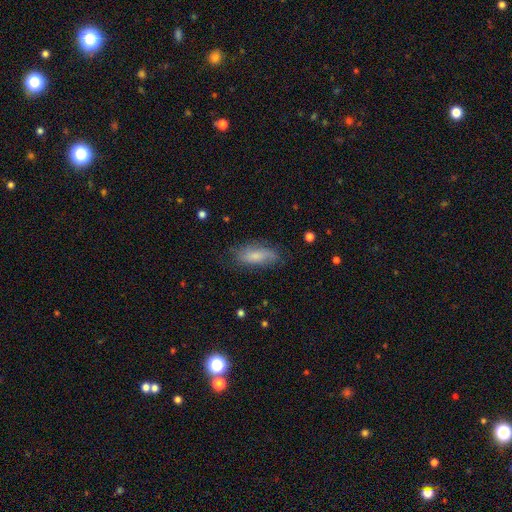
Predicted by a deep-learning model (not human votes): This appears to be a smooth galaxy with no disk features (65%) that is in between round and cigar-shaped (78%). Merging: none (67%).